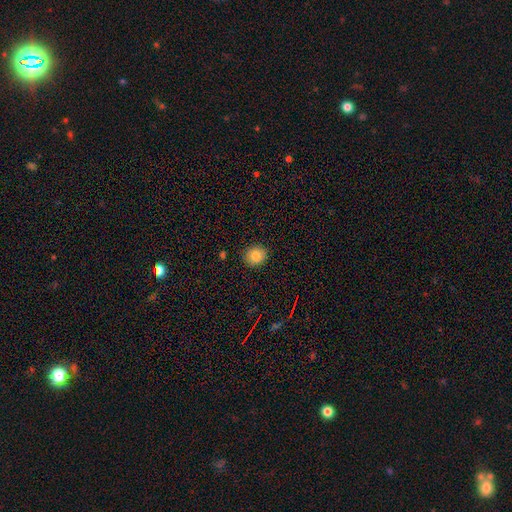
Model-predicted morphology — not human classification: type=smooth (82%); roundness=round (81%); merging=none (89%).